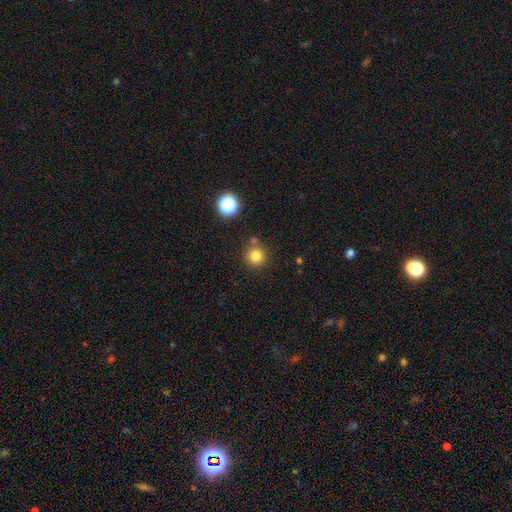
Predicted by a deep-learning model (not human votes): The model was most divided on "smooth or featured": smooth: 80%, star or artifact: 14%, featured or disk: 6%. More confident: how rounded — round (94%); merging — none (79%).